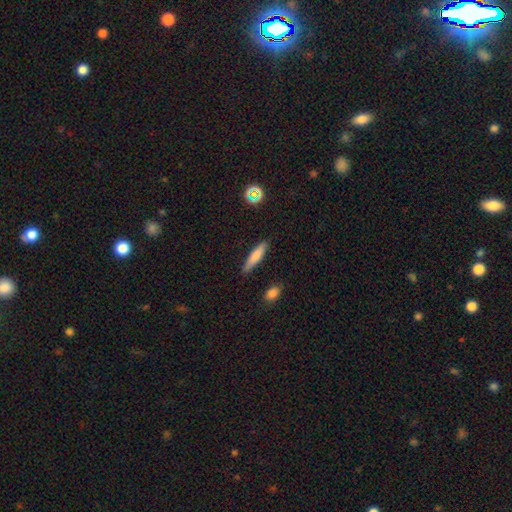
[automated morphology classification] This appears to be a smooth galaxy with no disk features (74%) that is cigar-shaped (80%). Merging: none (86%).